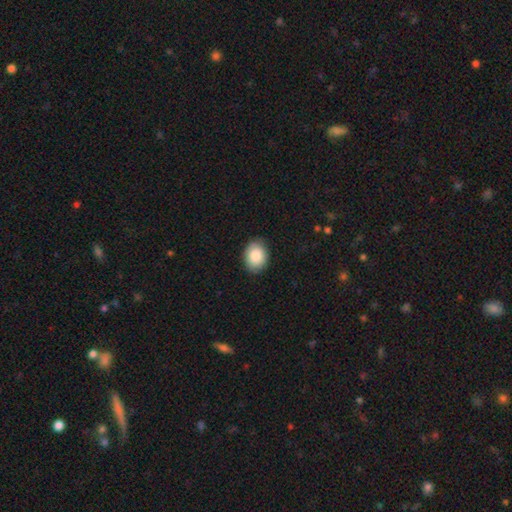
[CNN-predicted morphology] A smooth galaxy with no disk features (86%) that is in between round and cigar-shaped (65%). Merging: none (87%).